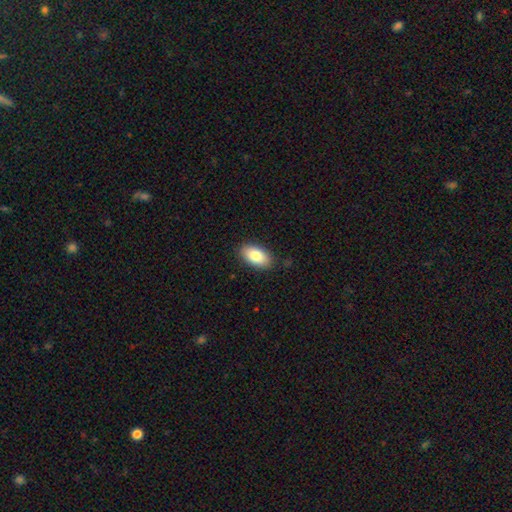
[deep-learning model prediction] smooth-or-featured: smooth: 84% | featured or disk: 9% | star or artifact: 7%
  how-rounded: in between: 94% | round: 4% | cigar-shaped: 2%
  merging: none: 87% | minor disturbance: 10% | major disturbance: 2% | merger: 1%